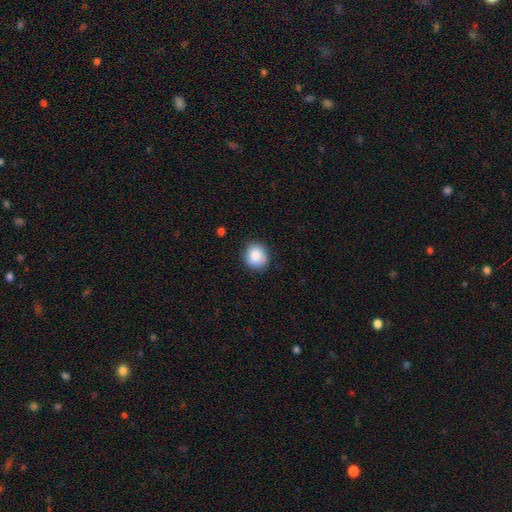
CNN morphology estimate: Q: Smooth or featured?
A: smooth (87%); runner-up: star or artifact (8%)
Q: How rounded?
A: round (82%); runner-up: in between (18%)
Q: Merging?
A: none (86%); runner-up: minor disturbance (11%)